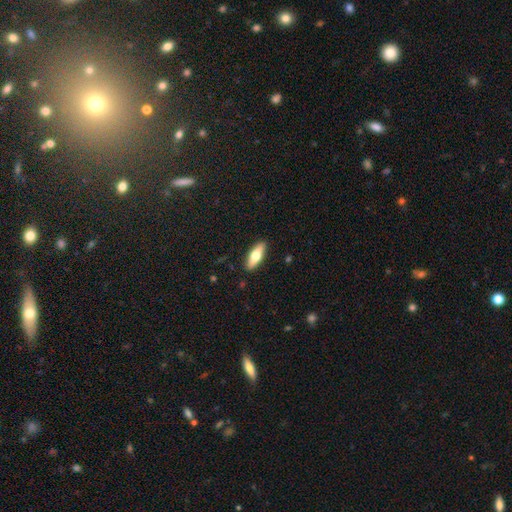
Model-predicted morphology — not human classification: type=smooth (62%); roundness=in between (59%); merging=none (90%).